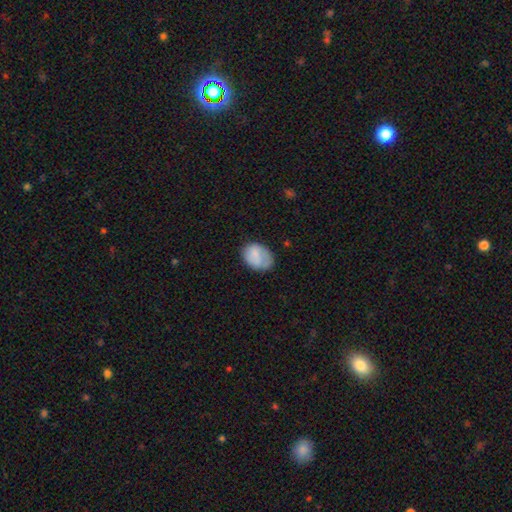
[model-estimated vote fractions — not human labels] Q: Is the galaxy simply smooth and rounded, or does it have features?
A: smooth — 79%.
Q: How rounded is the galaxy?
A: in between — 73%.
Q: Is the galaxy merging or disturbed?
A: none — 64%.